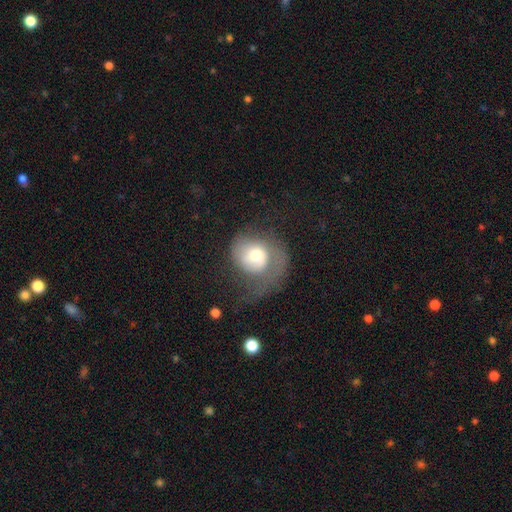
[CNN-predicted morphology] type=featured or disk (51%); edge-on=no (97%); merging=major disturbance (48%).